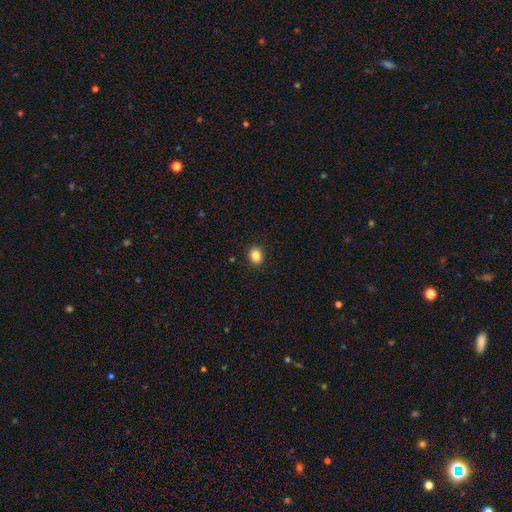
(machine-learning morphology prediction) Smooth or featured? smooth (84%)
How rounded? round (67%)
Merging? none (91%)